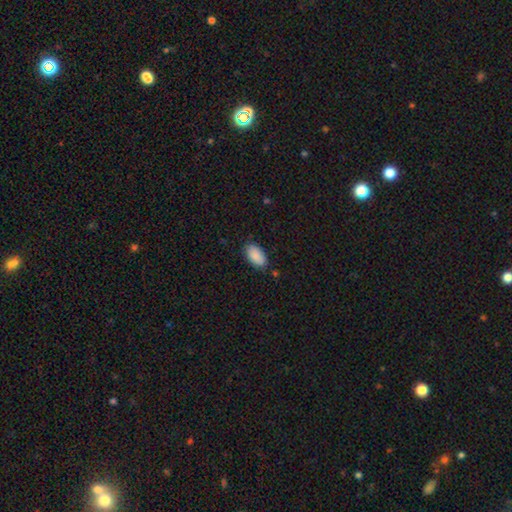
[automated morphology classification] Overall: smooth (89%). How rounded: in between (95%). Merging: none (82%).